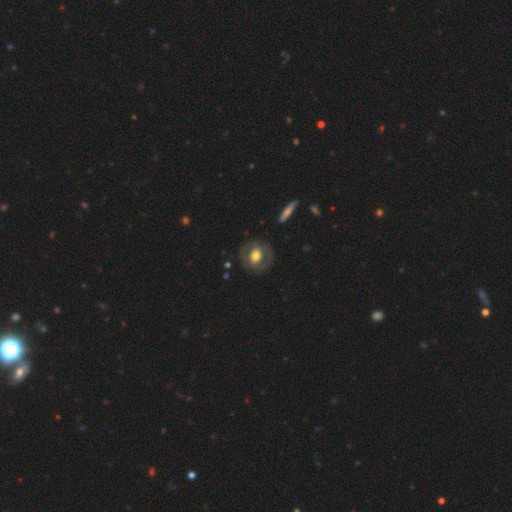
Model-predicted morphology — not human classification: Overall: featured or disk (53%; smooth 41%). Edge-on disk: no (94%). Merging: none (81%).